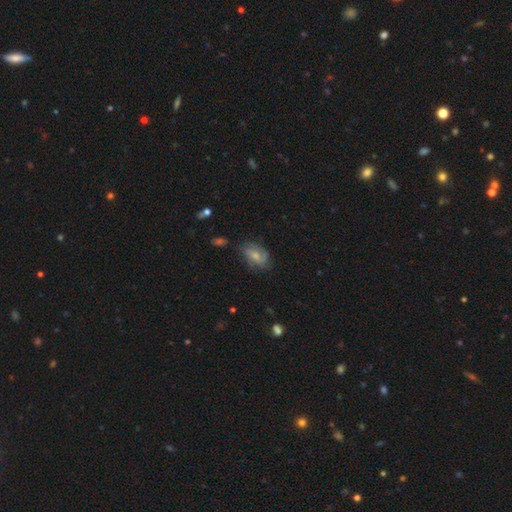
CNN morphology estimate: smooth-or-featured: featured or disk: 50% | smooth: 42% | star or artifact: 8%
  merging: none: 61% | minor disturbance: 27% | major disturbance: 10% | merger: 2%